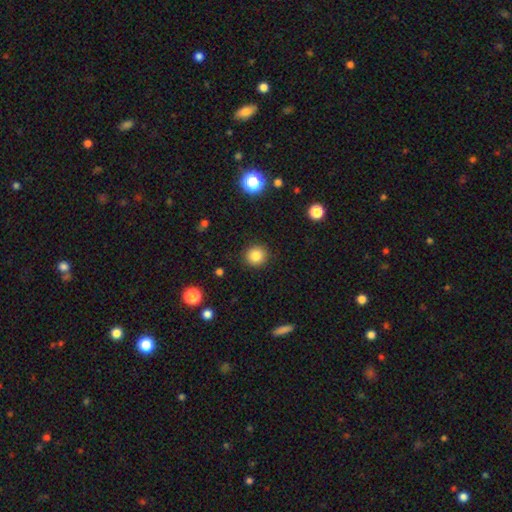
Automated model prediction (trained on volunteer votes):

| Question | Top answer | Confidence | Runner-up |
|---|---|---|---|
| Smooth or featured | smooth | 84% | star or artifact (11%) |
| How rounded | round | 92% | in between (7%) |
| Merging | none | 91% | minor disturbance (6%) |